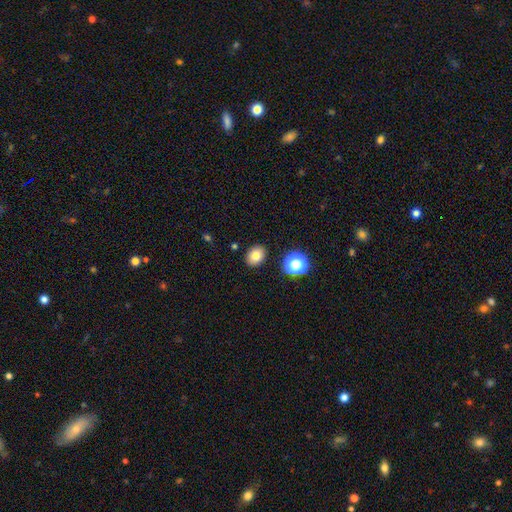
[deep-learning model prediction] The model was most divided on "how rounded": in between: 52%, round: 47%, cigar-shaped: 1%. More confident: merging — none (88%); smooth or featured — smooth (79%).